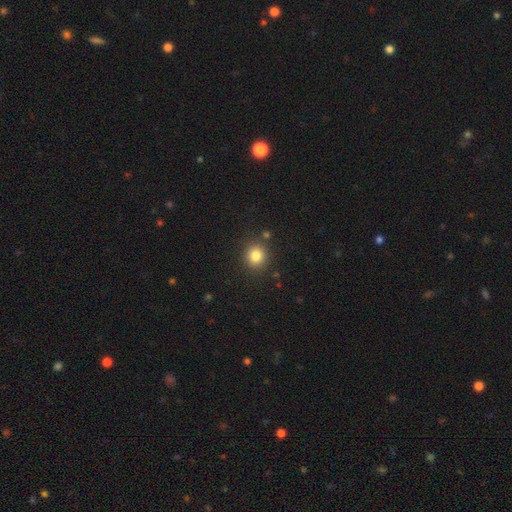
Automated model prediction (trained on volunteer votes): Smooth or featured: smooth — 83% (star or artifact — 12%)
How rounded: round — 84% (in between — 15%)
Merging: none — 85% (minor disturbance — 8%)